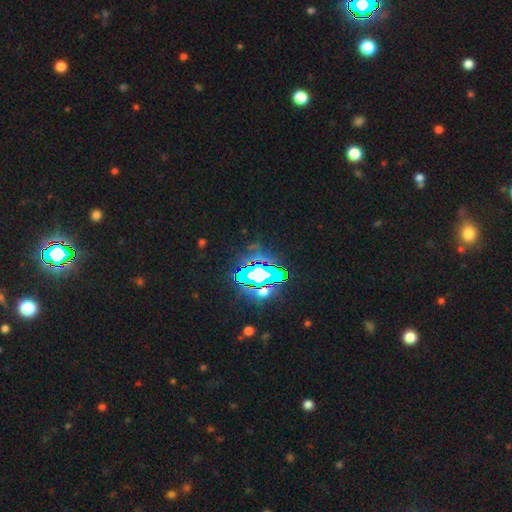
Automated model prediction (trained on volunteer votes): smooth-or-featured: star or artifact: 83% | smooth: 10% | featured or disk: 7%